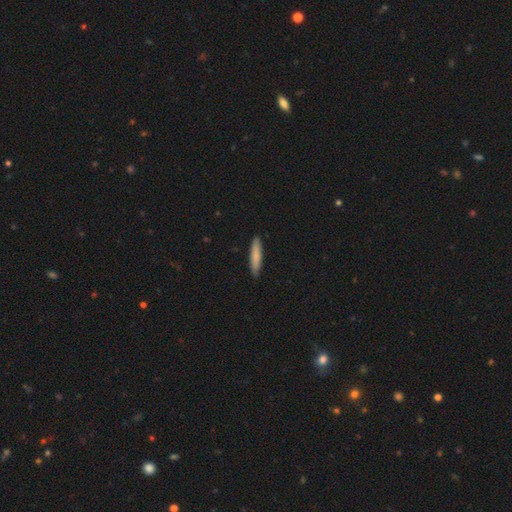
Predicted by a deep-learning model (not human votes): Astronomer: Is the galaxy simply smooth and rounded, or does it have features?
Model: smooth — 81%.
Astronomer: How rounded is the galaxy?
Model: cigar-shaped — 87%.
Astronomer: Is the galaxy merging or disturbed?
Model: none — 89%.